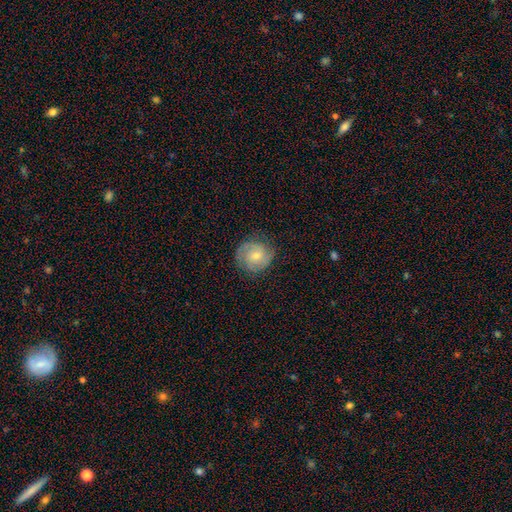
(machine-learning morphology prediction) The model was most divided on "smooth or featured": featured or disk: 48%, smooth: 45%, star or artifact: 7%. More confident: merging — none (79%).